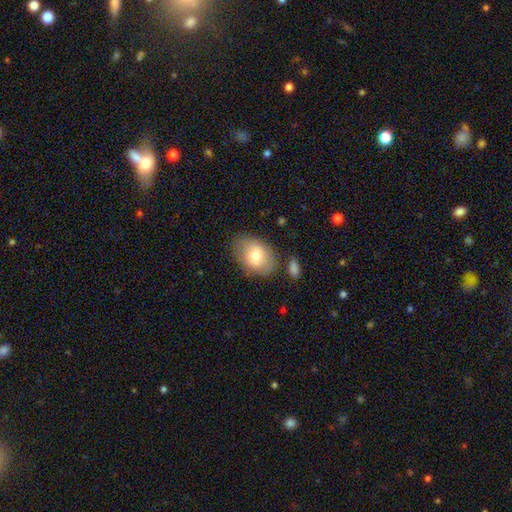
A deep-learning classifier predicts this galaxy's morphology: type=smooth (75%); roundness=in between (78%); merging=none (74%).